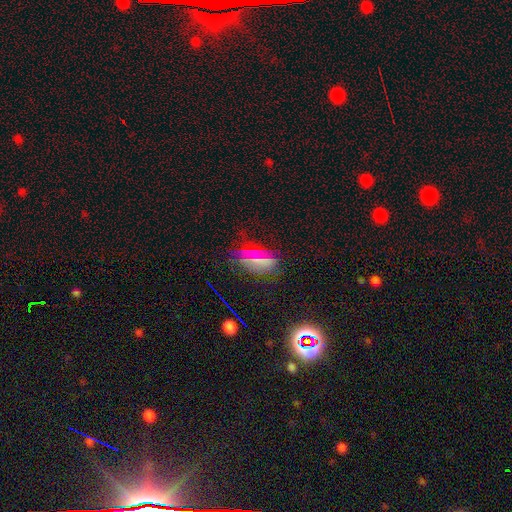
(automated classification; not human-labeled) Morphology: type=smooth (53%); roundness=in between (78%); merging=none (72%).